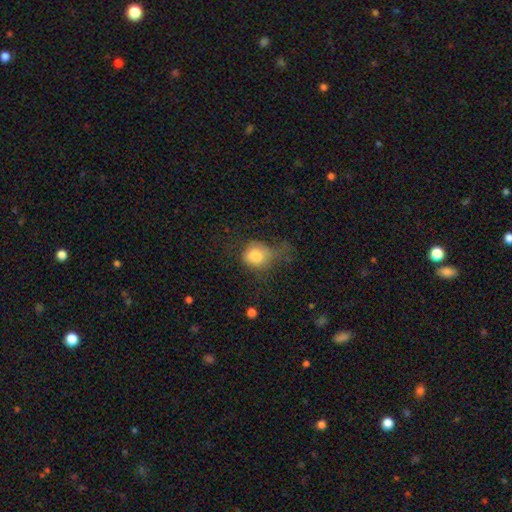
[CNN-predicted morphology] This appears to be a smooth galaxy with no disk features (78%) that is round (66%). Merging: major disturbance (36%).